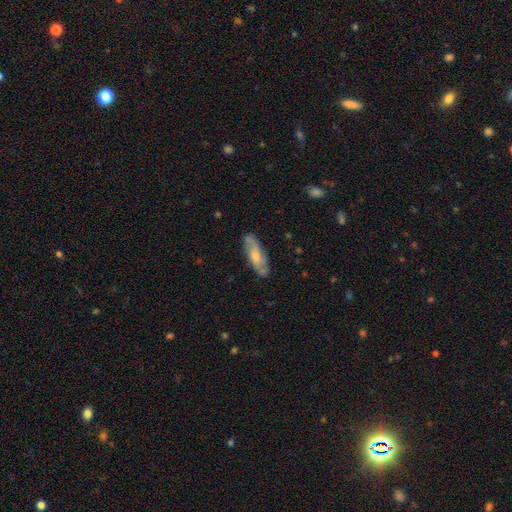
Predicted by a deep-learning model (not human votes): featured or disk 54%, smooth 40%, star or artifact 6%. Down the decision tree: edge-on disk — no (78%); merging — none (78%).